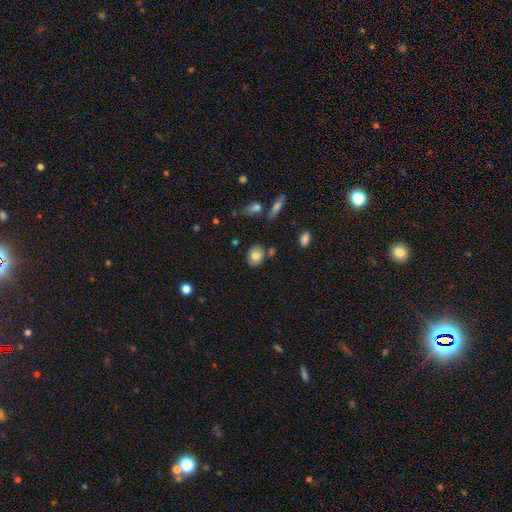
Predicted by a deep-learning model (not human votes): A smooth galaxy with no disk features (75%) that is in between round and cigar-shaped (58%). Merging: none (80%).